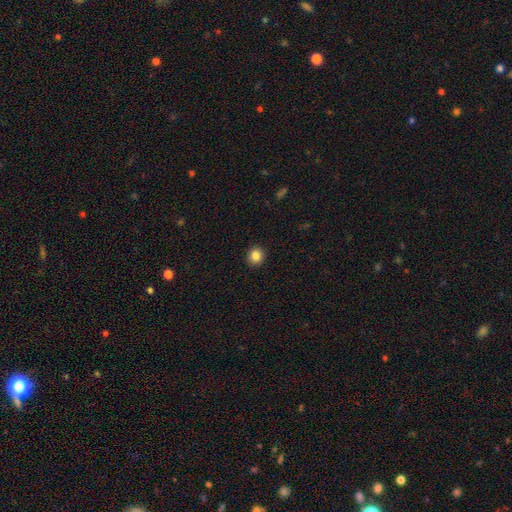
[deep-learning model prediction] smooth 85%, star or artifact 10%, featured or disk 5%. Down the decision tree: how rounded — round (87%); merging — none (92%).